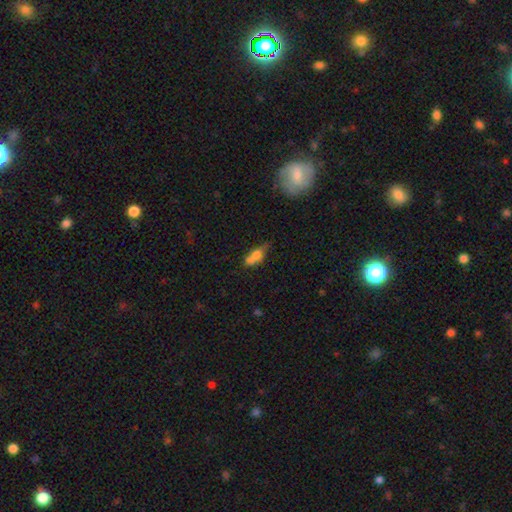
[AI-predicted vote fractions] The model was most divided on "merging": merger: 42%, none: 32%, minor disturbance: 17%, major disturbance: 9%. More confident: how rounded — in between (65%); smooth or featured — smooth (59%).